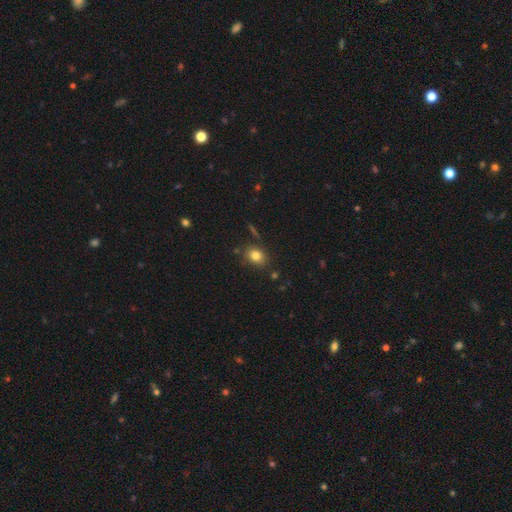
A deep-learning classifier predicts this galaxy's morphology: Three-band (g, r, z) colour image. It shows a smooth galaxy with no disk features (80%) that is in between round and cigar-shaped (56%). Merging: none (80%).